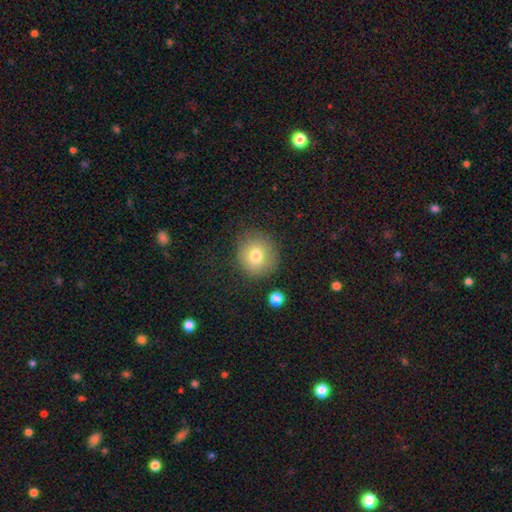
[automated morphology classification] The model was most divided on "smooth or featured": smooth: 76%, featured or disk: 13%, star or artifact: 12%. More confident: how rounded — round (91%); merging — none (82%).